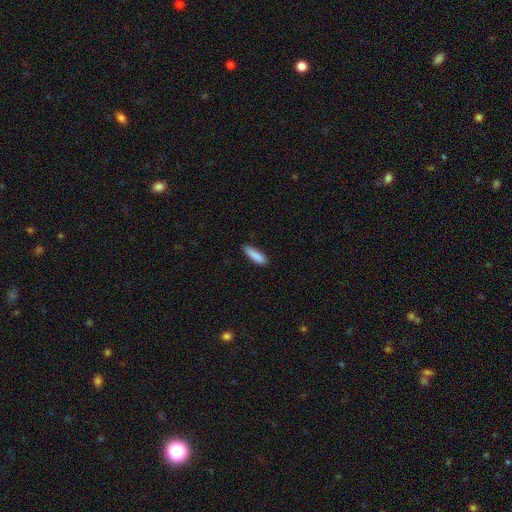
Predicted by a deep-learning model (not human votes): The model was most divided on "how rounded": cigar-shaped: 61%, in between: 37%, round: 1%. More confident: smooth or featured — smooth (88%); merging — none (82%).